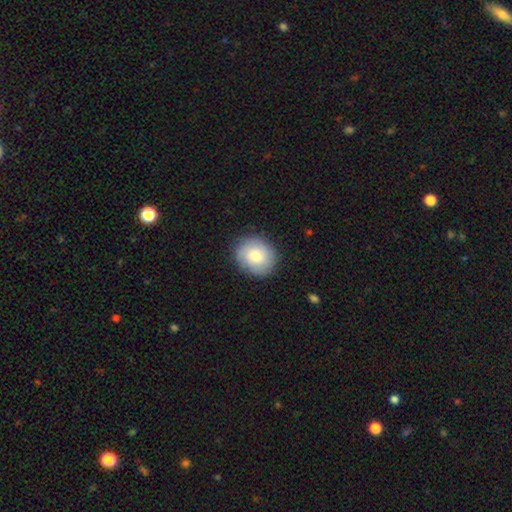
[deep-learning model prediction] smooth-or-featured: smooth: 75% | featured or disk: 18% | star or artifact: 7%
  how-rounded: round: 75% | in between: 24% | cigar-shaped: 1%
  merging: none: 84% | minor disturbance: 12% | major disturbance: 3% | merger: 1%